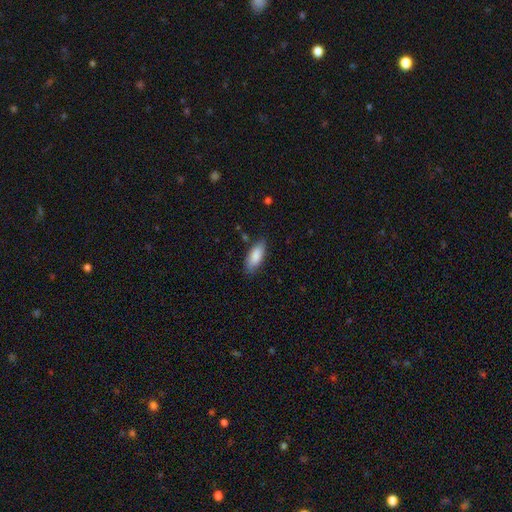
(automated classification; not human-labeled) smooth_or_featured: smooth (p=0.86) [alt: featured or disk p=0.07]
how_rounded: in between (p=0.84) [alt: cigar-shaped p=0.14]
merging: none (p=0.78) [alt: minor disturbance p=0.17]